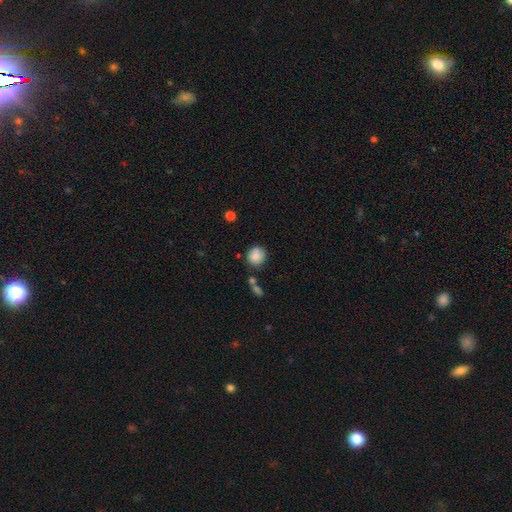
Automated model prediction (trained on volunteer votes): Morphology: type=smooth (82%); roundness=round (80%); merging=none (67%).